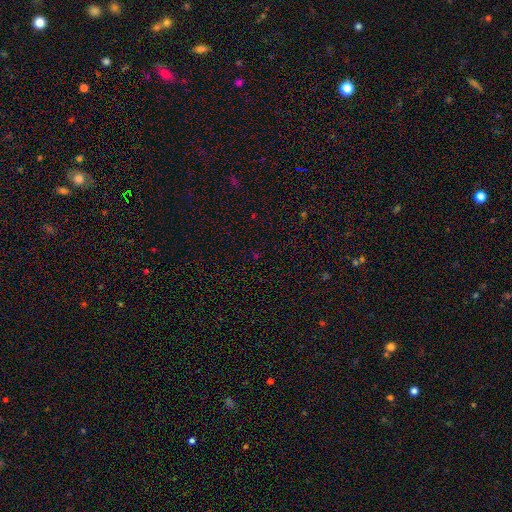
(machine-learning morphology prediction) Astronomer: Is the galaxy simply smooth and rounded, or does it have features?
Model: star or artifact — 67%.